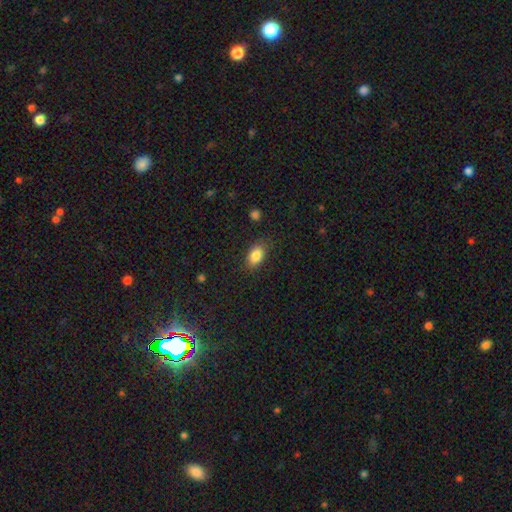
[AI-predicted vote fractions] Q: Smooth or featured?
A: smooth (85%); runner-up: star or artifact (8%)
Q: How rounded?
A: in between (88%); runner-up: round (10%)
Q: Merging?
A: none (82%); runner-up: minor disturbance (13%)